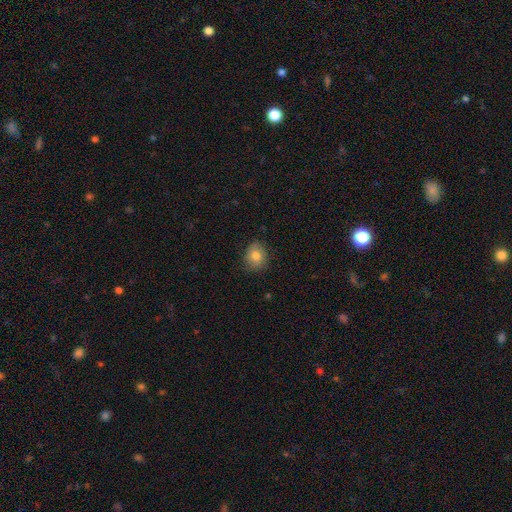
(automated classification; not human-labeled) This appears to be a smooth galaxy with no disk features (80%) that is round (61%). Merging: none (79%).